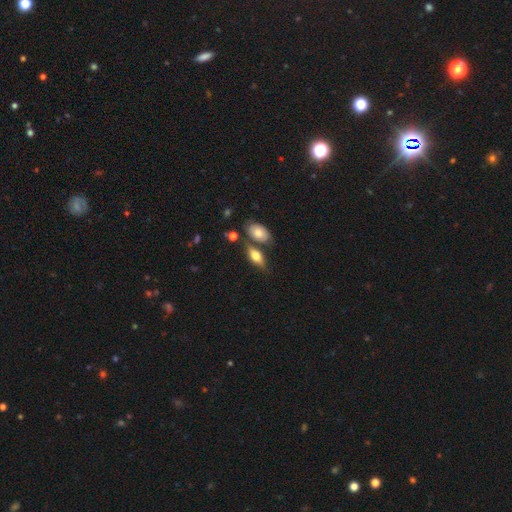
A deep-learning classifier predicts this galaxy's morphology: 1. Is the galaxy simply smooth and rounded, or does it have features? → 64% smooth, 29% featured or disk, 7% star or artifact.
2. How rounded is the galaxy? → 78% in between, 17% cigar-shaped, 5% round.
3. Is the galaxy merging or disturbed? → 61% none, 21% merger, 14% minor disturbance, 4% major disturbance.